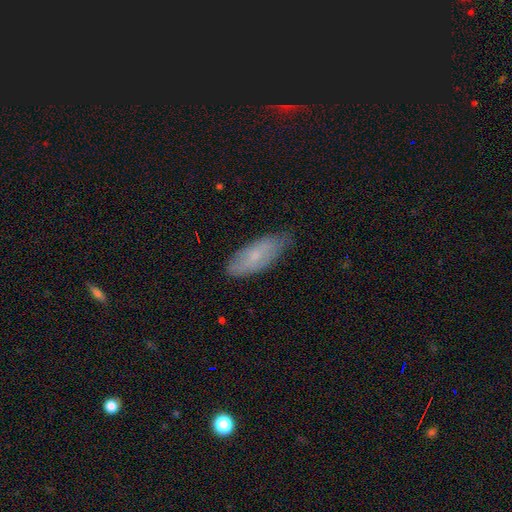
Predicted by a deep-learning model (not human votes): Q: Smooth or featured?
A: smooth (65%); runner-up: featured or disk (28%)
Q: How rounded?
A: in between (75%); runner-up: cigar-shaped (23%)
Q: Merging?
A: none (72%); runner-up: minor disturbance (23%)